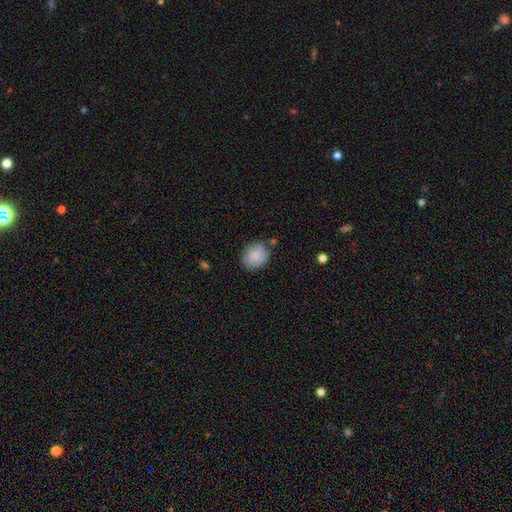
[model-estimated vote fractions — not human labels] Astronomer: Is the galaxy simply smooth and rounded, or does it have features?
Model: smooth — 85%.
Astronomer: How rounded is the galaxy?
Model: round — 53% (runner-up: in between, 46%).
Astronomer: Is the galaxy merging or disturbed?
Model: none — 73%.